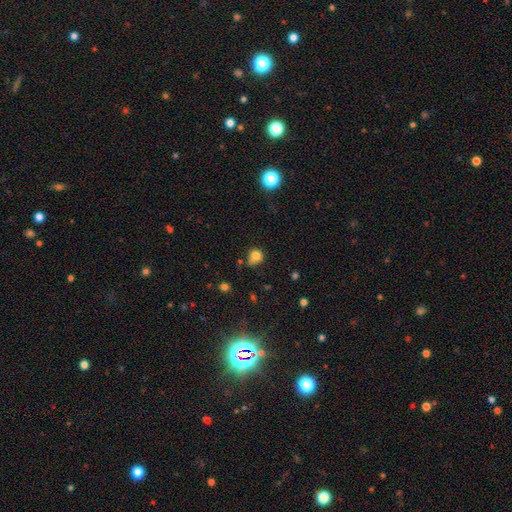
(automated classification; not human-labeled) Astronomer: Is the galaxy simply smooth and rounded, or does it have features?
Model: smooth — 77%.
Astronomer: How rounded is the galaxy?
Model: round — 66%.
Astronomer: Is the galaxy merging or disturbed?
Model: none — 43% (runner-up: minor disturbance, 33%).